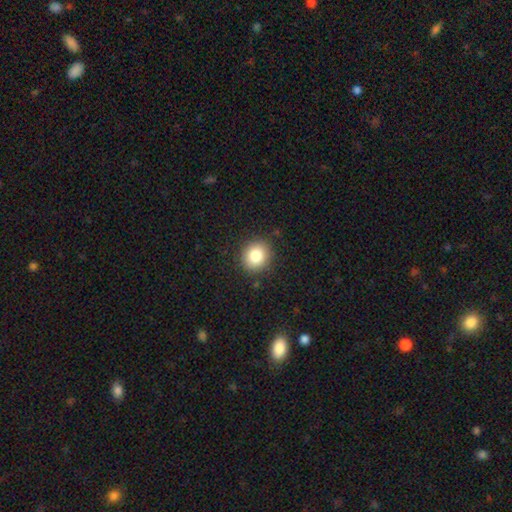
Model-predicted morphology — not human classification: Smooth or featured? Predicted: smooth (p=0.83). How rounded? Predicted: round (p=0.79). Merging? Predicted: none (p=0.88).